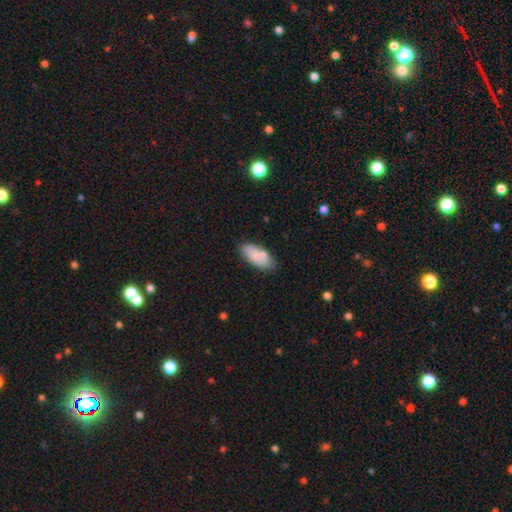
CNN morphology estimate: Smooth or featured? smooth (78%)
How rounded? in between (87%)
Merging? none (68%)